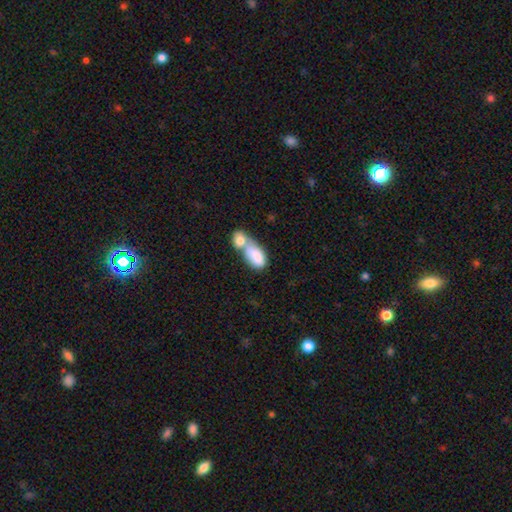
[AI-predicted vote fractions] A smooth galaxy with no disk features (79%) that is in between round and cigar-shaped (88%). Merging: merger (76%).